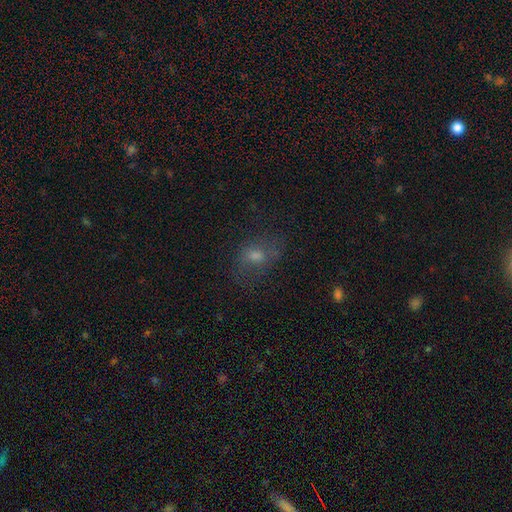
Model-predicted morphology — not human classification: A smooth galaxy with no disk features (53%) that is in between round and cigar-shaped (65%). Merging: none (58%).